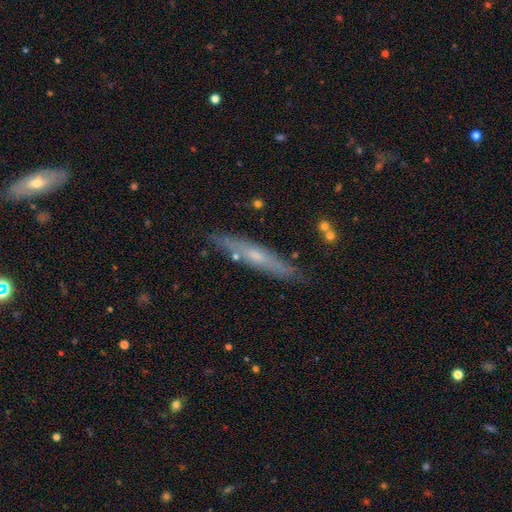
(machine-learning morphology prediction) This is possibly a featured or disk galaxy (56%). It is clearly viewed edge-on (86%). Merging: clearly none (83%).